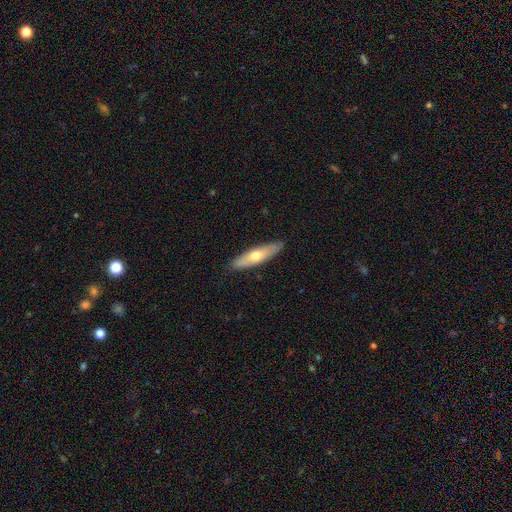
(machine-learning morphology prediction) Smooth or featured?
  - smooth: 55% *
  - featured or disk: 39%
  - star or artifact: 5%
How rounded?
  - cigar-shaped: 67% *
  - in between: 31%
  - round: 2%
Merging?
  - none: 88% *
  - minor disturbance: 9%
  - major disturbance: 2%
  - merger: 1%